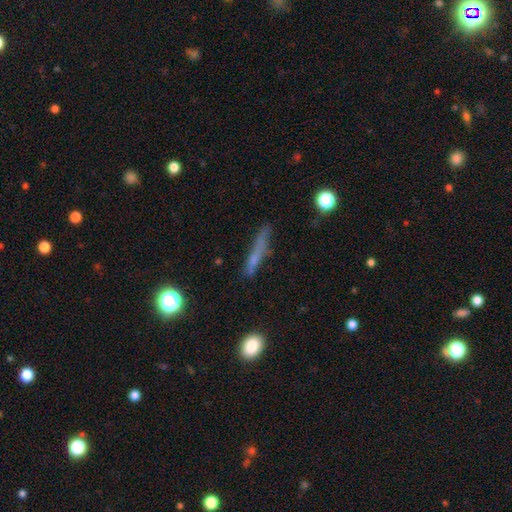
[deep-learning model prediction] This is possibly a smooth galaxy (57%). How rounded: clearly cigar-shaped (88%). Merging: likely none (71%).